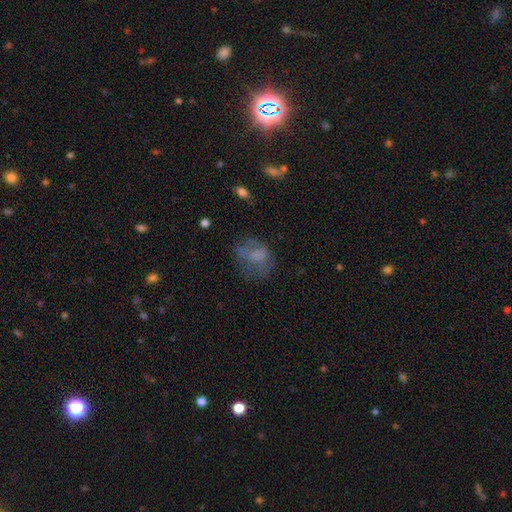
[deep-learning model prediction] This is possibly a smooth galaxy (56%). How rounded: possibly in between (59%). Merging: marginally none (44%).